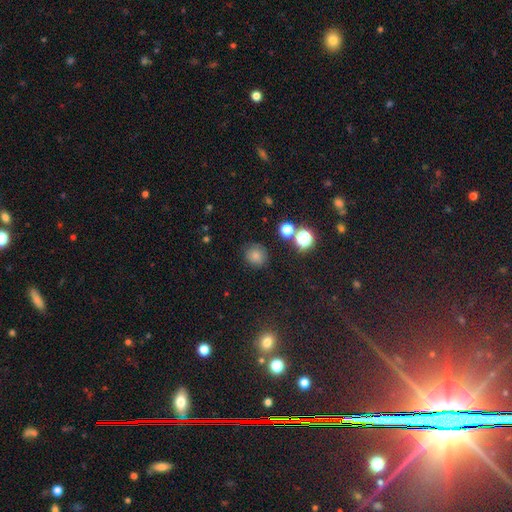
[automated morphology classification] smooth 77%, star or artifact 16%, featured or disk 7%. Down the decision tree: how rounded — round (90%); merging — none (83%).